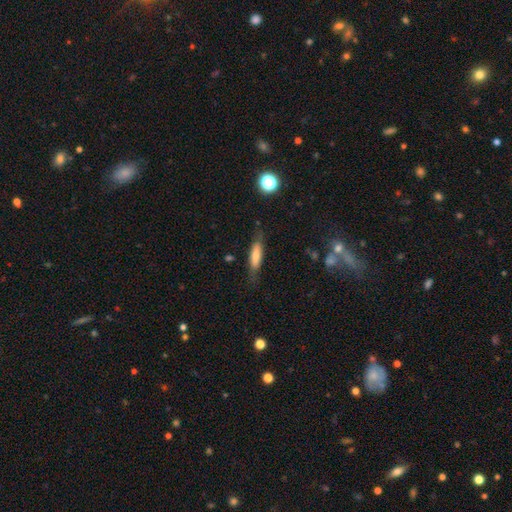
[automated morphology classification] smooth 67%, featured or disk 25%, star or artifact 7%. Down the decision tree: how rounded — cigar-shaped (65%); merging — none (75%).